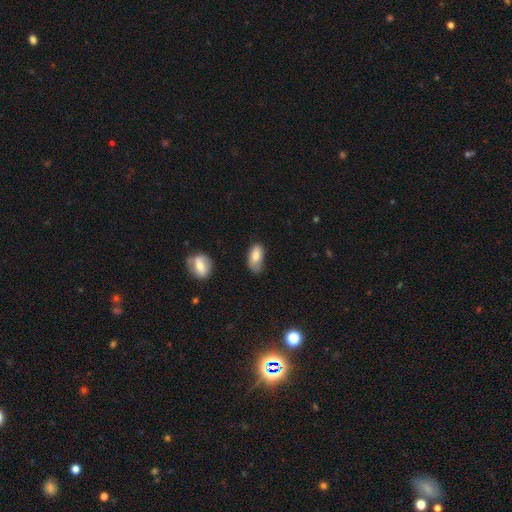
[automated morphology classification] smooth-or-featured: smooth: 80% | featured or disk: 12% | star or artifact: 8%
  how-rounded: in between: 92% | cigar-shaped: 4% | round: 4%
  merging: none: 47% | minor disturbance: 39% | major disturbance: 10% | merger: 3%